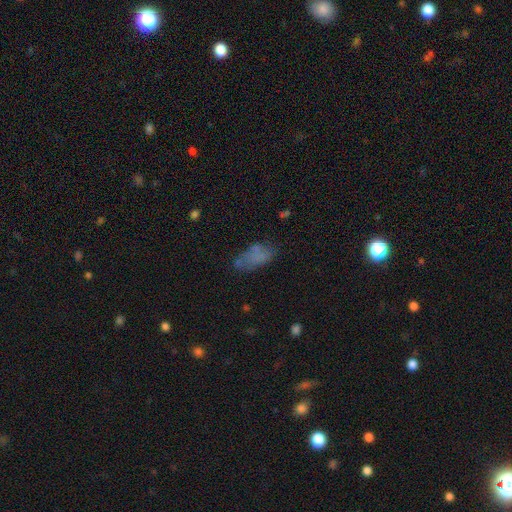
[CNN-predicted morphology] The model was most divided on "merging": none: 53%, minor disturbance: 25%, major disturbance: 16%, merger: 6%. More confident: how rounded — in between (87%); smooth or featured — smooth (63%).